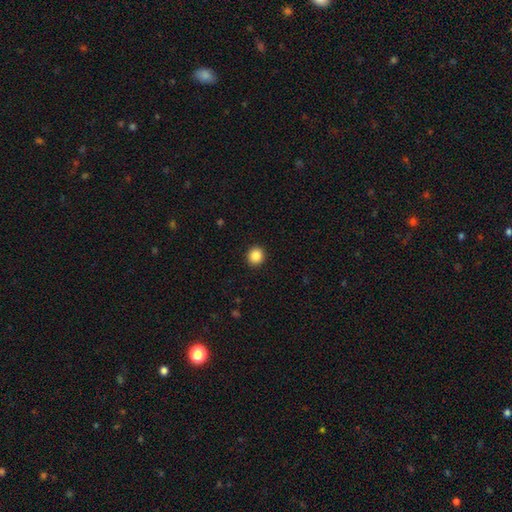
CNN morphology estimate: Smooth or featured? Predicted: smooth (p=0.87). How rounded? Predicted: round (p=0.87). Merging? Predicted: none (p=0.93).